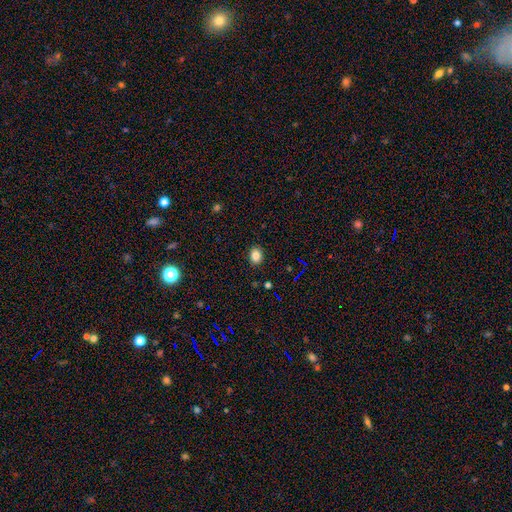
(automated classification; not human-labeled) smooth-or-featured: smooth: 82% | star or artifact: 12% | featured or disk: 6%
  how-rounded: in between: 51% | round: 48% | cigar-shaped: 1%
  merging: none: 88% | minor disturbance: 9% | major disturbance: 2% | merger: 1%